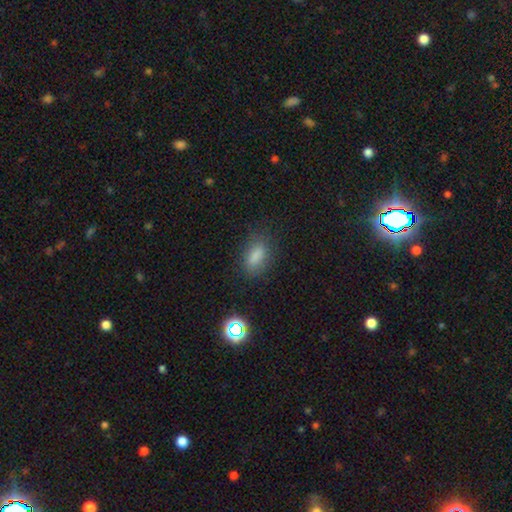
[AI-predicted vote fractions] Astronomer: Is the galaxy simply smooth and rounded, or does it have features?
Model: smooth — 78%.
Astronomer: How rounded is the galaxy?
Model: in between — 80%.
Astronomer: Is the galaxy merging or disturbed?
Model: none — 79%.